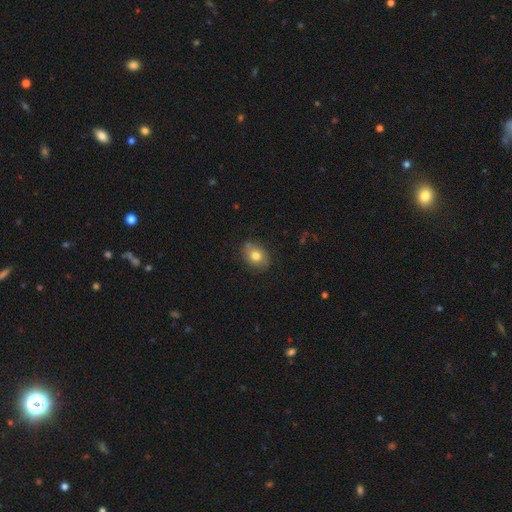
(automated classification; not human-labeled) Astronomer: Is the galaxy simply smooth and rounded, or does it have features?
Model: smooth — 77%.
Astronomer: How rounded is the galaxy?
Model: in between — 62%.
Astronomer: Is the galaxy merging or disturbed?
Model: none — 78%.